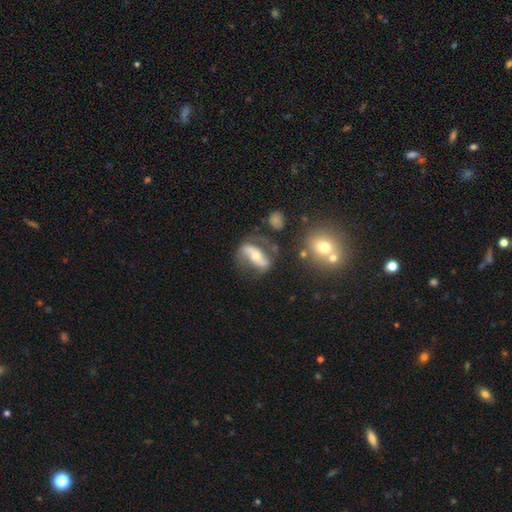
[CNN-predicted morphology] type=featured or disk (71%); edge-on=no (82%); bar=strong (56%); spiral arms=yes (73%); bulge=moderate (60%); merging=none (61%).